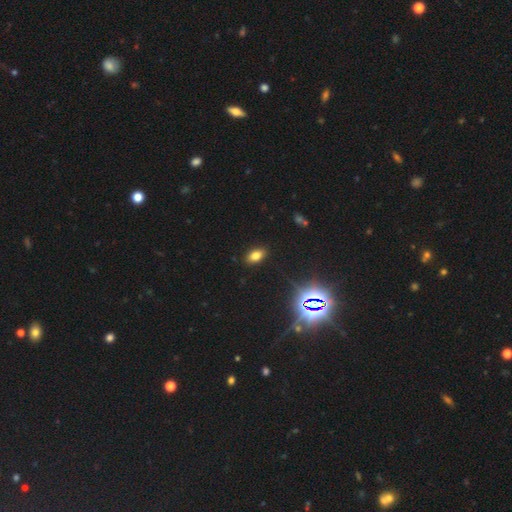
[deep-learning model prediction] Smooth or featured? Predicted: smooth (p=0.72). How rounded? Predicted: in between (p=0.88). Merging? Predicted: none (p=0.88).